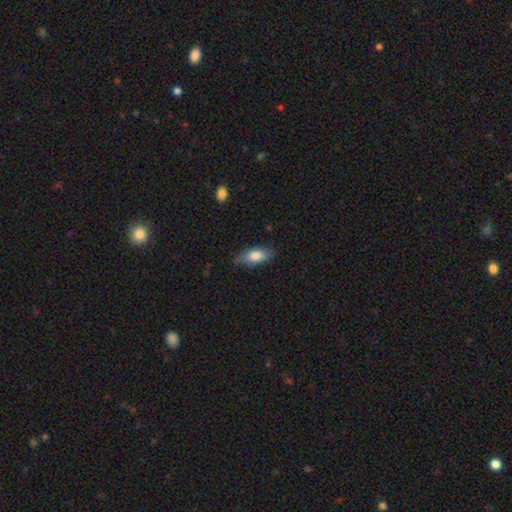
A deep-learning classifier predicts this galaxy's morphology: This is likely a smooth galaxy (77%). How rounded: clearly in between (82%). Merging: likely none (74%).